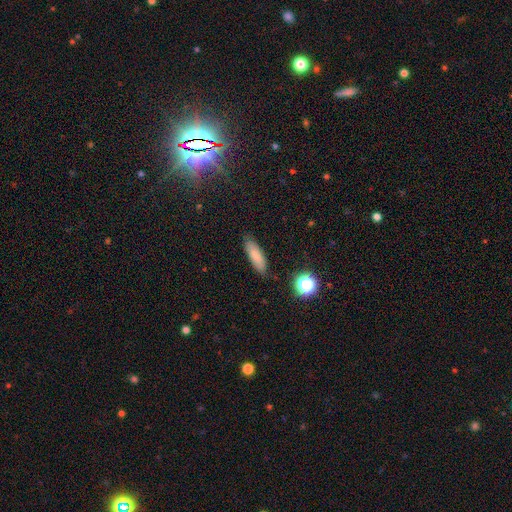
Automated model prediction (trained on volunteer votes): Smooth or featured: smooth — 83% (star or artifact — 9%)
How rounded: cigar-shaped — 52% (in between — 46%)
Merging: none — 84% (minor disturbance — 12%)